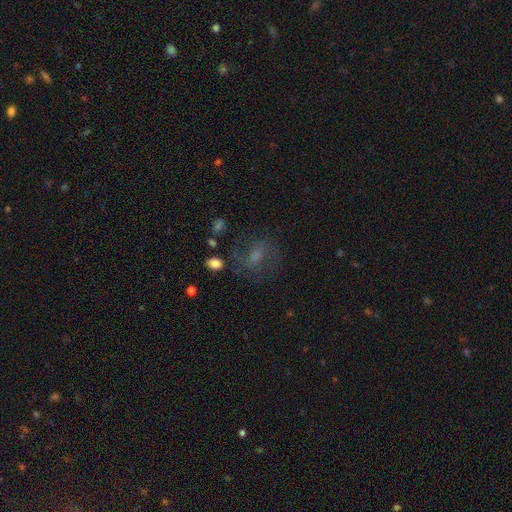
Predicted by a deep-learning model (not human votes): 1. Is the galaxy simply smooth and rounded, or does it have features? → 39% featured or disk (tied), 39% smooth (tied), 22% star or artifact.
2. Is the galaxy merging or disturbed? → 63% none, 17% minor disturbance, 17% major disturbance, 3% merger.